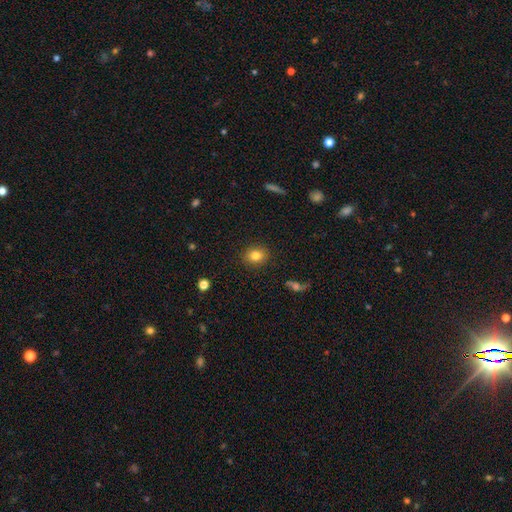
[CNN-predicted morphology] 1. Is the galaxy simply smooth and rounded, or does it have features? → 82% smooth, 10% star or artifact, 8% featured or disk.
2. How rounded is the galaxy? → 59% round, 40% in between, 1% cigar-shaped.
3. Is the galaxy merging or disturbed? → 89% none, 8% minor disturbance, 2% major disturbance, 1% merger.